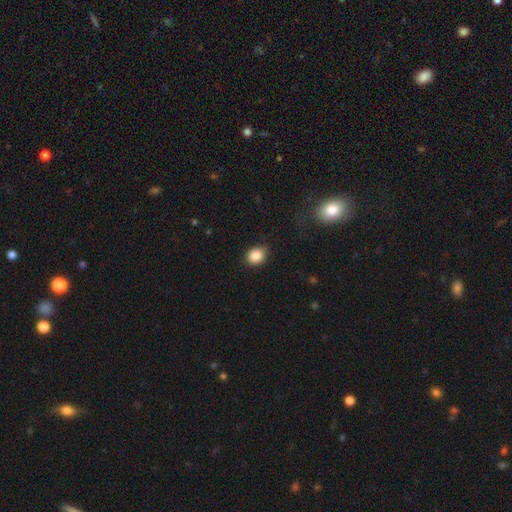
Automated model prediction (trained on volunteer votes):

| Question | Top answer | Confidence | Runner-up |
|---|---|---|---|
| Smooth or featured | smooth | 85% | star or artifact (10%) |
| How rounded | round | 66% | in between (34%) |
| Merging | none | 80% | minor disturbance (15%) |